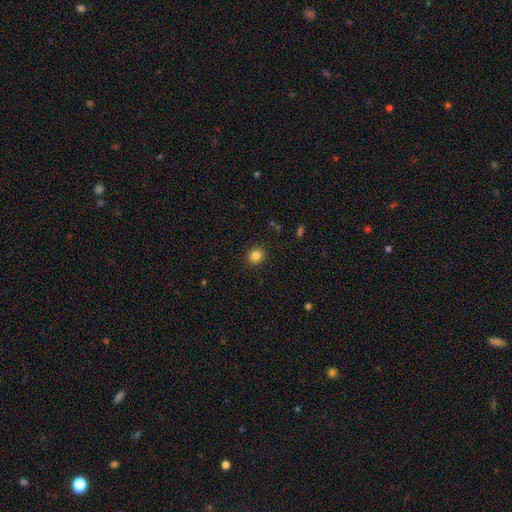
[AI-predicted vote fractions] The model was most divided on "how rounded": round: 68%, in between: 31%, cigar-shaped: 1%. More confident: merging — none (90%); smooth or featured — smooth (85%).